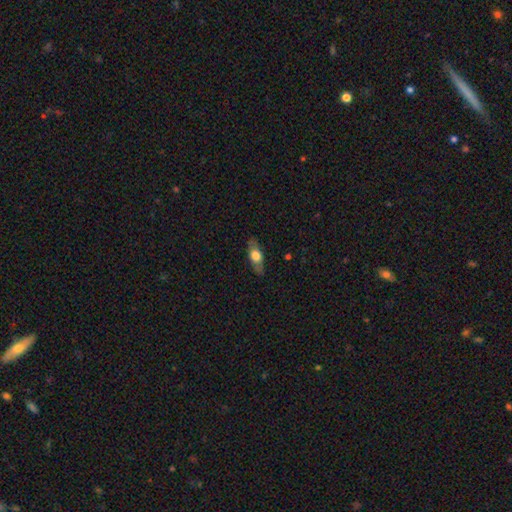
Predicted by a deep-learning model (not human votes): The model was most divided on "smooth or featured": smooth: 54%, featured or disk: 39%, star or artifact: 6%. More confident: merging — none (83%); how rounded — in between (64%).